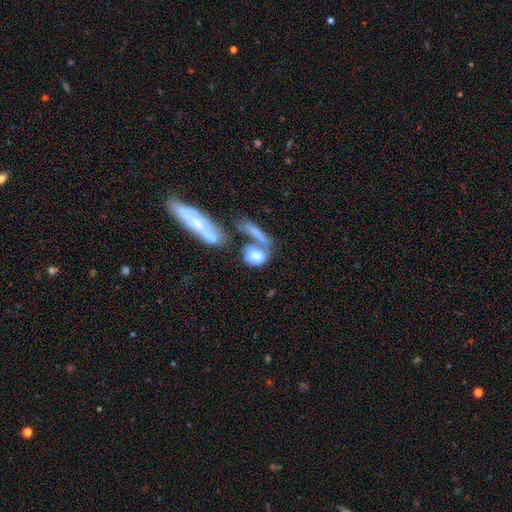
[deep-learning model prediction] smooth_or_featured: smooth (p=0.65) [alt: featured or disk p=0.27]
how_rounded: in between (p=0.61) [alt: round p=0.32]
merging: merger (p=0.53) [alt: none p=0.20]